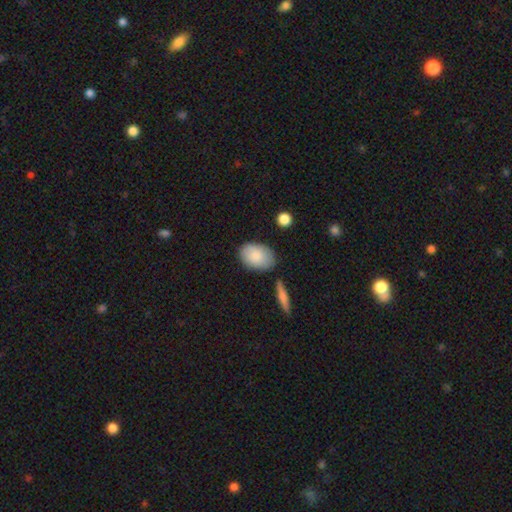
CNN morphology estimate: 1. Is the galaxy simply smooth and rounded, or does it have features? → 84% smooth, 10% featured or disk, 6% star or artifact.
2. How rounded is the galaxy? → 85% in between, 13% round, 2% cigar-shaped.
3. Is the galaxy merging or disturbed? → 75% none, 16% minor disturbance, 5% merger, 3% major disturbance.